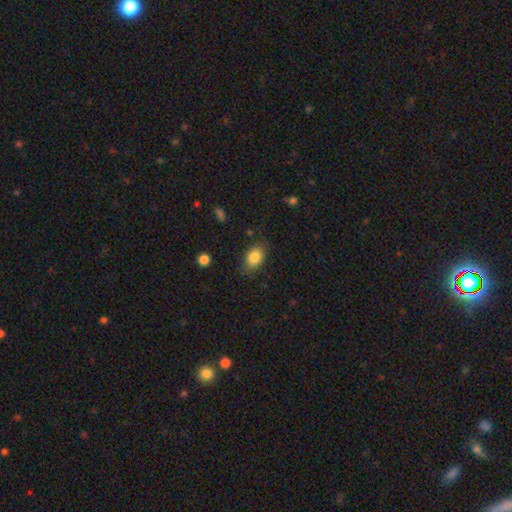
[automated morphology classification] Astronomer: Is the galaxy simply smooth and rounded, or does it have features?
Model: smooth — 84%.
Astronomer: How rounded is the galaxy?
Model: in between — 80%.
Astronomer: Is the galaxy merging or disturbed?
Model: none — 77%.